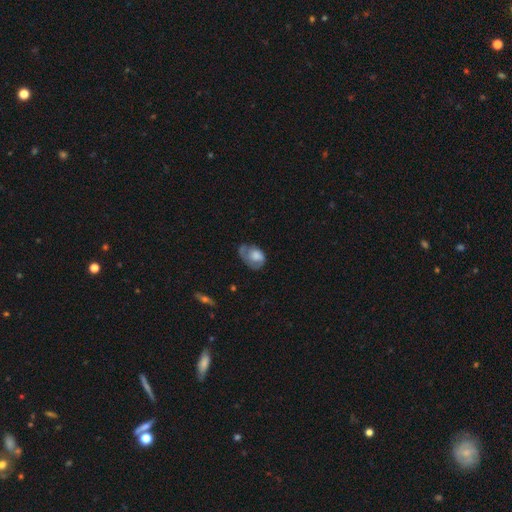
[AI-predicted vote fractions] Q: Smooth or featured?
A: smooth (58%); runner-up: featured or disk (34%)
Q: How rounded?
A: in between (76%); runner-up: round (22%)
Q: Merging?
A: minor disturbance (34%); runner-up: none (32%)